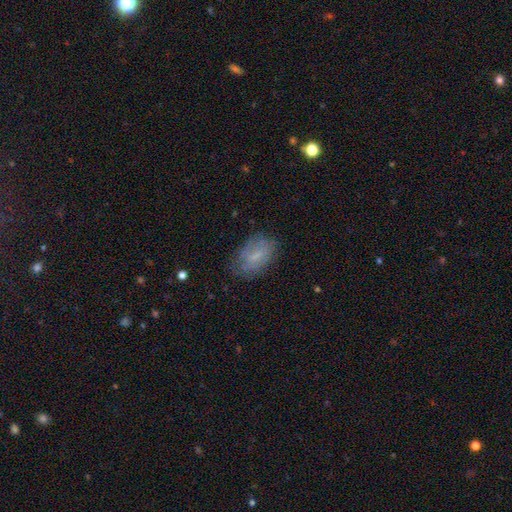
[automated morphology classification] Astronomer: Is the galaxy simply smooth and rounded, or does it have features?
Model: smooth — 55% (runner-up: featured or disk, 36%).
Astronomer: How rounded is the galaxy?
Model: in between — 89%.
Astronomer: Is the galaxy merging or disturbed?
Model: none — 67%.